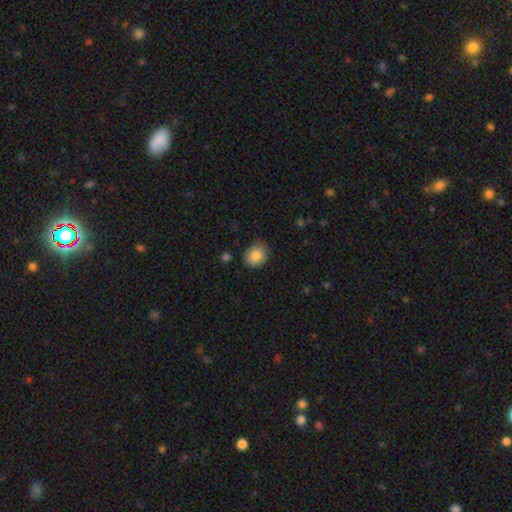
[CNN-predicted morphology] smooth-or-featured: smooth: 85% | star or artifact: 8% | featured or disk: 7%
  how-rounded: round: 53% | in between: 46% | cigar-shaped: 1%
  merging: none: 78% | minor disturbance: 17% | major disturbance: 3% | merger: 2%